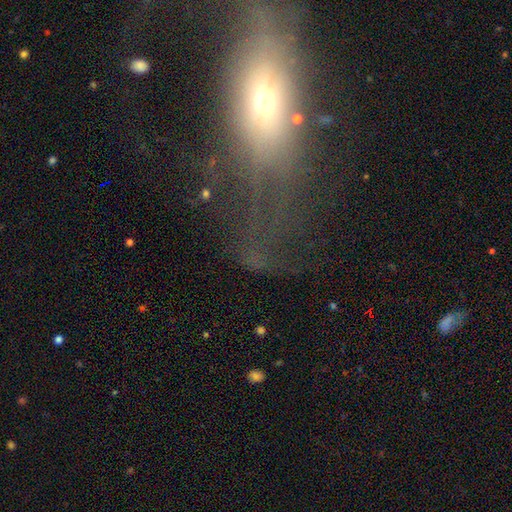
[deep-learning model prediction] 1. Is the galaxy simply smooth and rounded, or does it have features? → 47% star or artifact, 28% featured or disk, 25% smooth.